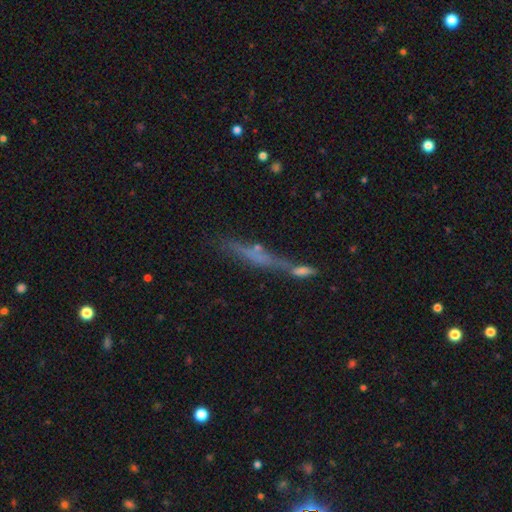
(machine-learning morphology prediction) A featured or disk galaxy (48%).

Vote fractions:
- Smooth or featured? featured or disk: 48% / smooth: 36% / star or artifact: 16%
- Merging? none: 49% / merger: 28% / minor disturbance: 15% / major disturbance: 9%